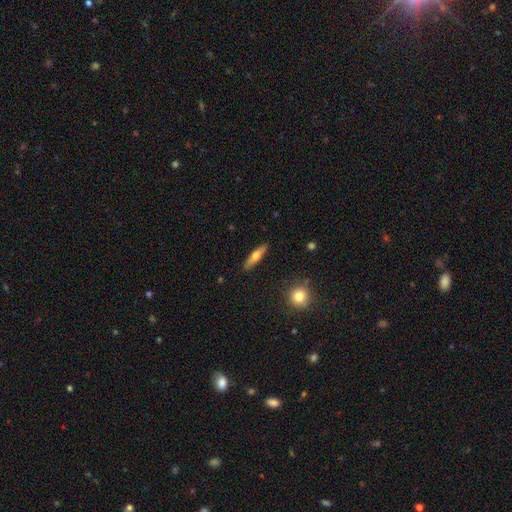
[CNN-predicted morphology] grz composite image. It shows a smooth galaxy with no disk features (57%) that is cigar-shaped (73%). Merging: none (89%).